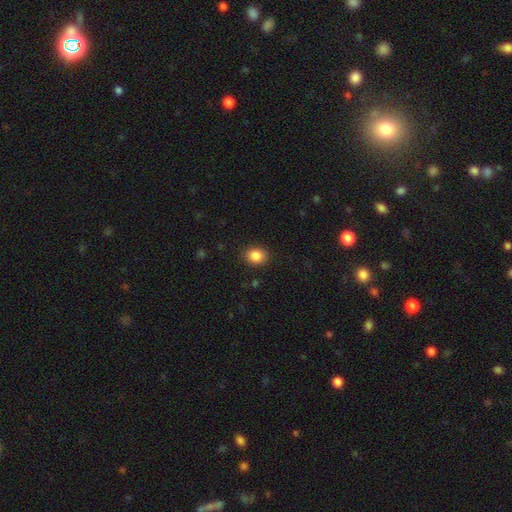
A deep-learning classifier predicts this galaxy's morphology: Q: Smooth or featured?
A: smooth (86%); runner-up: star or artifact (9%)
Q: How rounded?
A: round (59%); runner-up: in between (41%)
Q: Merging?
A: none (88%); runner-up: minor disturbance (8%)